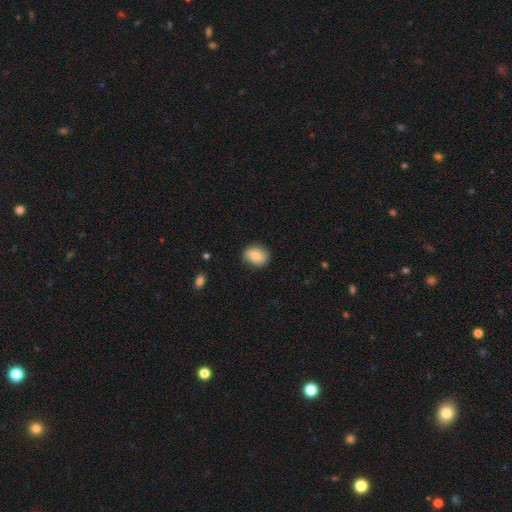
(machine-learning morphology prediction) smooth-or-featured: smooth: 76% | featured or disk: 16% | star or artifact: 7%
  how-rounded: in between: 59% | round: 40% | cigar-shaped: 1%
  merging: none: 82% | minor disturbance: 14% | major disturbance: 3% | merger: 1%